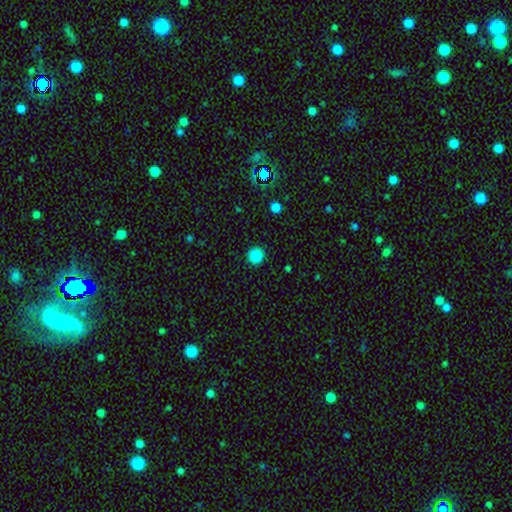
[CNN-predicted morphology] Overall: smooth (86%). How rounded: round (95%). Merging: none (92%).